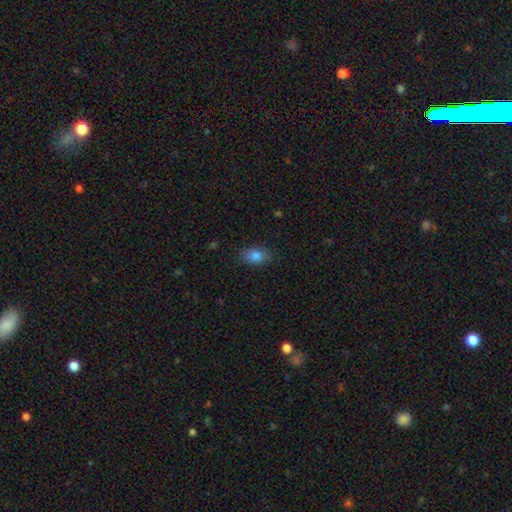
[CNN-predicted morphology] smooth_or_featured: smooth (p=0.83) [alt: star or artifact p=0.09]
how_rounded: in between (p=0.86) [alt: round p=0.12]
merging: none (p=0.85) [alt: minor disturbance p=0.11]